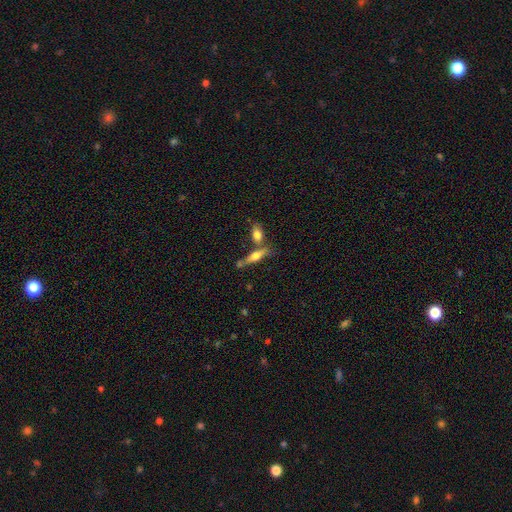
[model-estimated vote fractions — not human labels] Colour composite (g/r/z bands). It shows a featured or disk galaxy (47%). Merging: none (56%).